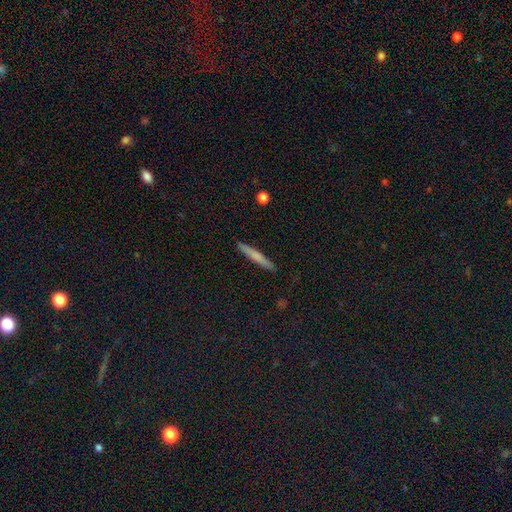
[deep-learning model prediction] This is likely a smooth galaxy (65%). How rounded: clearly cigar-shaped (95%). Merging: clearly none (91%).